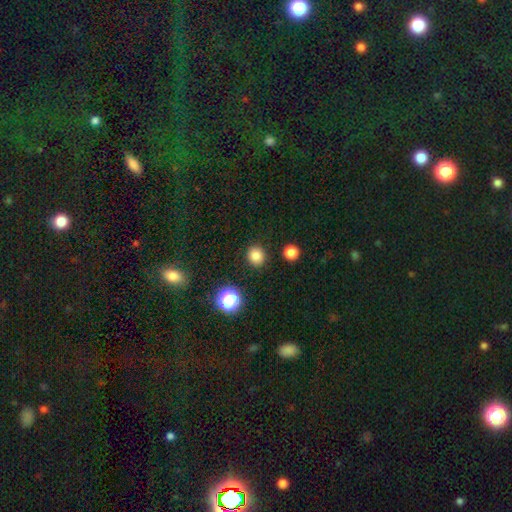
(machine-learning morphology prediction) Q: Smooth or featured?
A: smooth (82%); runner-up: star or artifact (14%)
Q: How rounded?
A: round (85%); runner-up: in between (14%)
Q: Merging?
A: none (89%); runner-up: minor disturbance (7%)